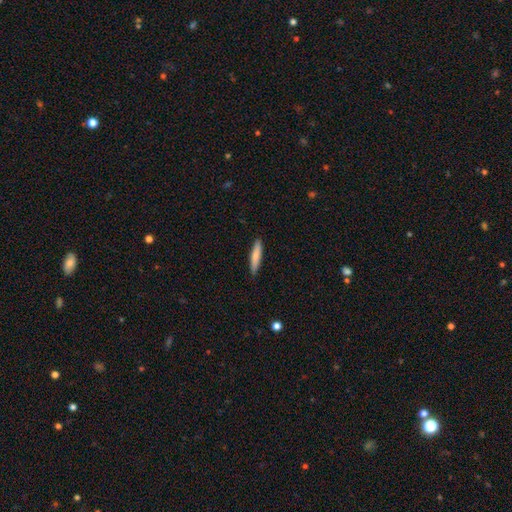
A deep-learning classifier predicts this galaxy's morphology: smooth_or_featured: smooth (p=0.77) [alt: featured or disk p=0.18]
how_rounded: cigar-shaped (p=0.89) [alt: in between p=0.10]
merging: none (p=0.89) [alt: minor disturbance p=0.08]